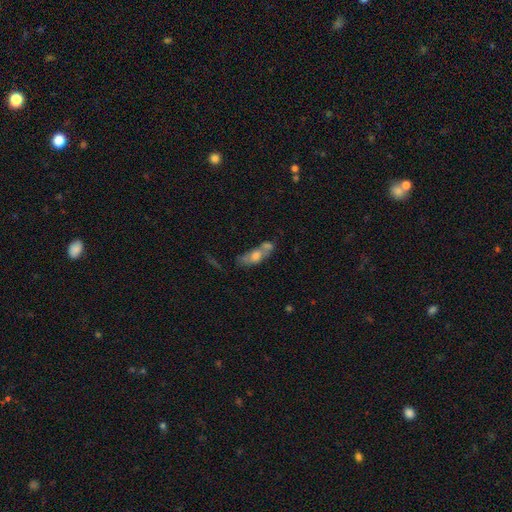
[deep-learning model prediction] Smooth or featured?
  - smooth: 57% *
  - featured or disk: 34%
  - star or artifact: 9%
How rounded?
  - in between: 67% *
  - cigar-shaped: 25%
  - round: 8%
Merging?
  - merger: 47% *
  - none: 29%
  - minor disturbance: 15%
  - major disturbance: 9%